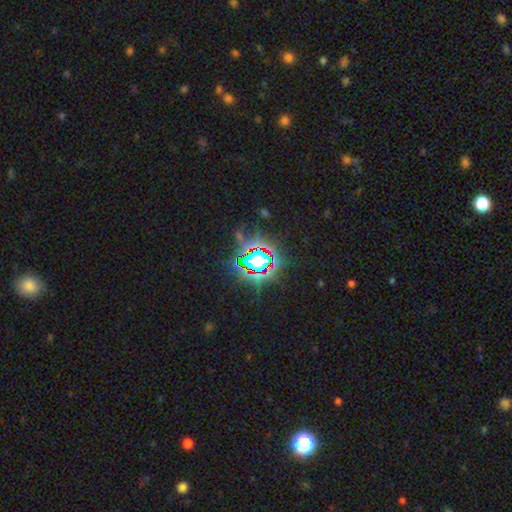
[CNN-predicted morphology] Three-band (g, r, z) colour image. It shows a star or artifact, not a galaxy (74%).